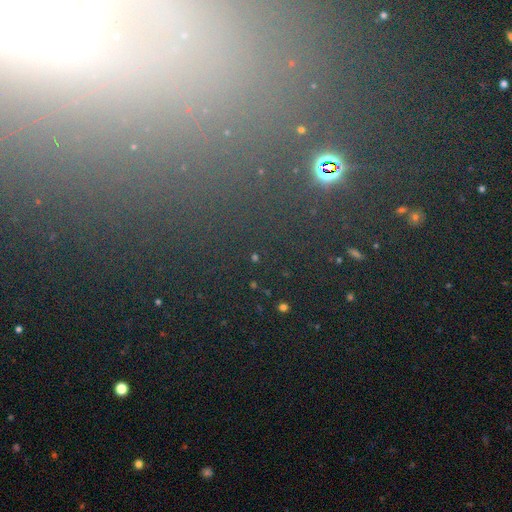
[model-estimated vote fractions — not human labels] This is likely a star or artifact rather than a galaxy (73%).